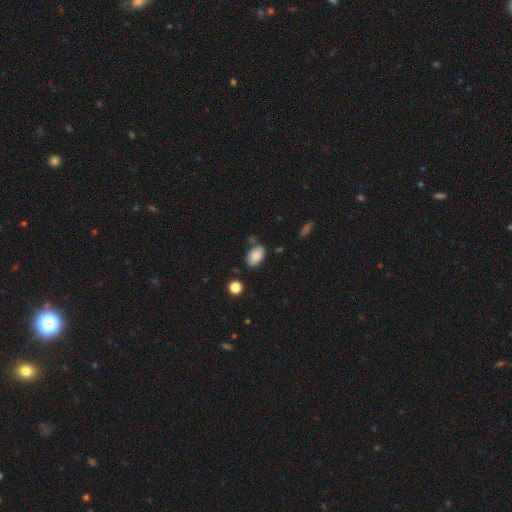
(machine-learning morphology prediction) A smooth galaxy with no disk features (84%) that is in between round and cigar-shaped (93%).

Vote fractions:
- Smooth or featured? smooth: 84% / featured or disk: 8% / star or artifact: 8%
- How rounded? in between: 93% / round: 6% / cigar-shaped: 1%
- Merging? none: 74% / minor disturbance: 17% / merger: 6% / major disturbance: 4%